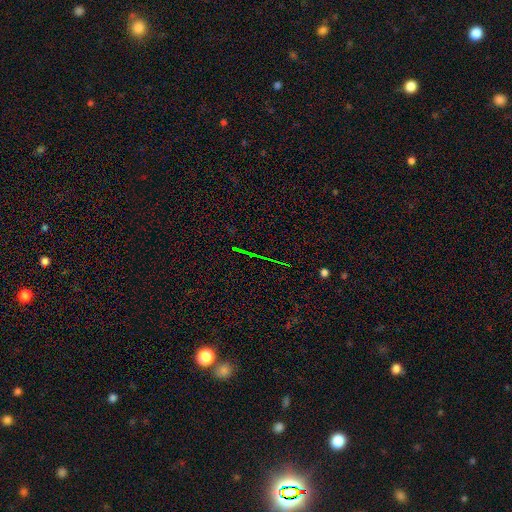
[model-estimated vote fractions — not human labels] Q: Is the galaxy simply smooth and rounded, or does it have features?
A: star or artifact — 72%.